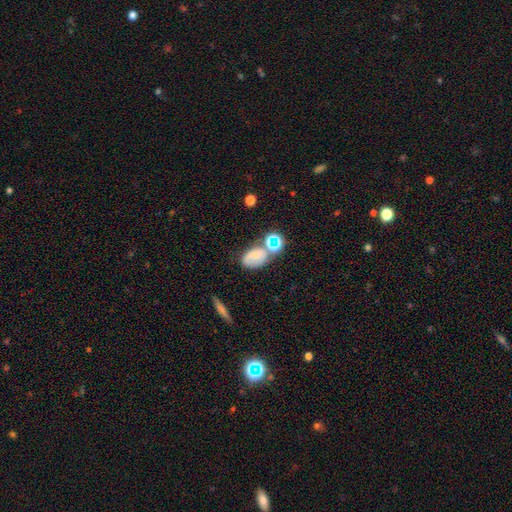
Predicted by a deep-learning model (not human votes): Q: Smooth or featured?
A: smooth (56%); runner-up: featured or disk (26%)
Q: How rounded?
A: in between (82%); runner-up: round (16%)
Q: Merging?
A: none (46%); runner-up: minor disturbance (22%)